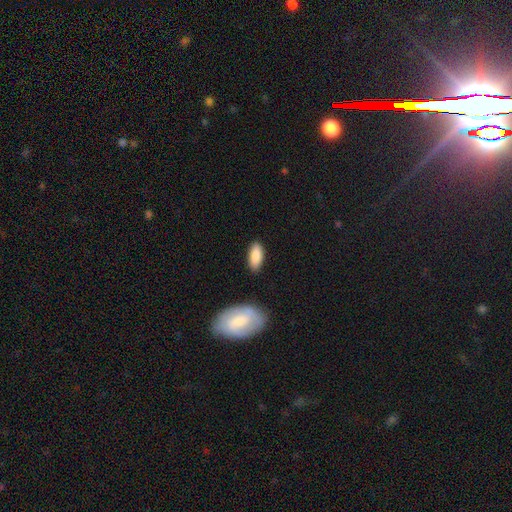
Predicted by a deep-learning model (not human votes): smooth-or-featured: smooth: 86% | featured or disk: 8% | star or artifact: 6%
  how-rounded: in between: 84% | cigar-shaped: 13% | round: 2%
  merging: none: 84% | minor disturbance: 12% | merger: 2% | major disturbance: 2%